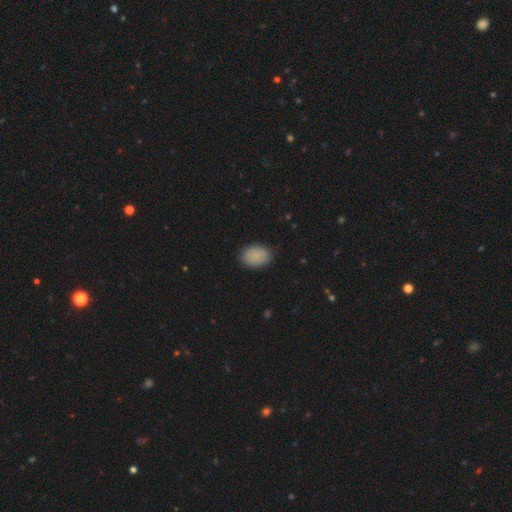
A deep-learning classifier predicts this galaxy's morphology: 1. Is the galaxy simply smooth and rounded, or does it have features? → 86% smooth, 7% star or artifact, 7% featured or disk.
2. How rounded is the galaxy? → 74% in between, 25% round, 1% cigar-shaped.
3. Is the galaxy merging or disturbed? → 85% none, 11% minor disturbance, 3% major disturbance, 1% merger.